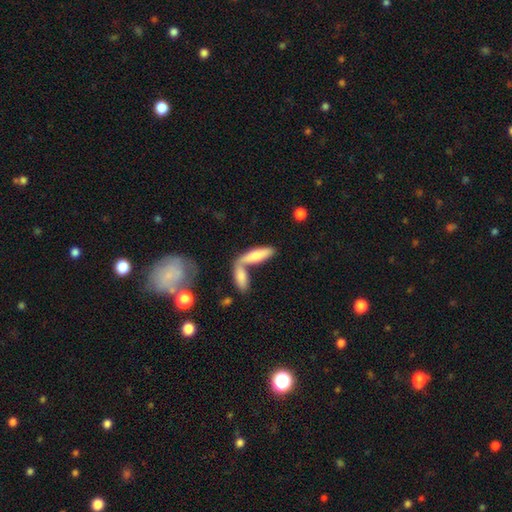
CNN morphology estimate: Smooth or featured: smooth — 74% (featured or disk — 20%)
How rounded: cigar-shaped — 52% (in between — 46%)
Merging: merger — 55% (none — 32%)